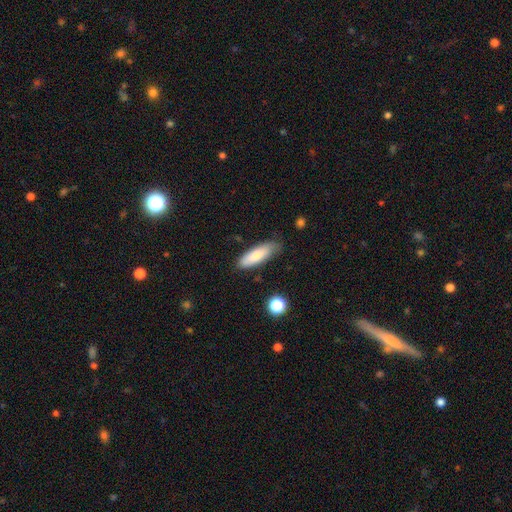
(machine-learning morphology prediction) Overall: smooth (79%). How rounded: in between (53%; cigar-shaped 46%). Merging: none (77%).